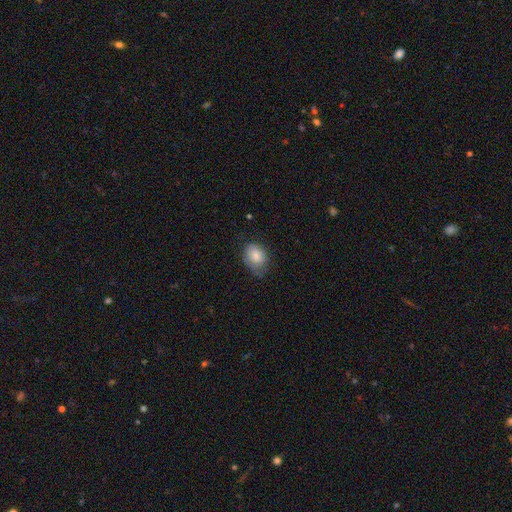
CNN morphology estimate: Smooth or featured? Predicted: smooth (p=0.81). How rounded? Predicted: in between (p=0.61). Merging? Predicted: none (p=0.55).